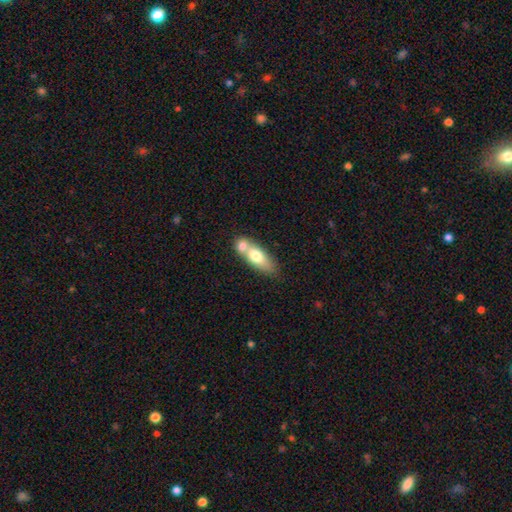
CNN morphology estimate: A smooth galaxy with no disk features (66%) that is in between round and cigar-shaped (69%). Merging: merger (55%).